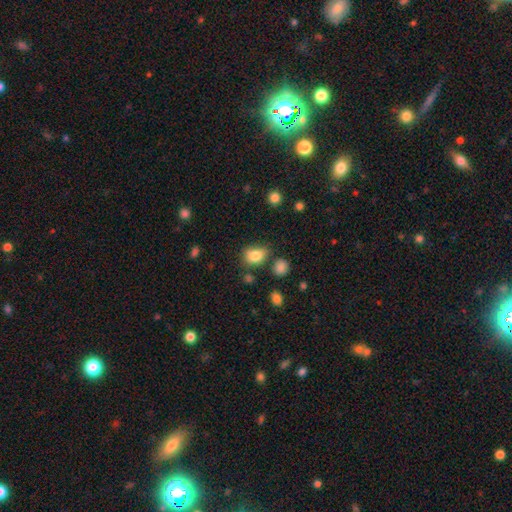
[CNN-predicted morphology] Q: Smooth or featured?
A: smooth (83%); runner-up: star or artifact (10%)
Q: How rounded?
A: in between (71%); runner-up: round (27%)
Q: Merging?
A: none (64%); runner-up: minor disturbance (23%)